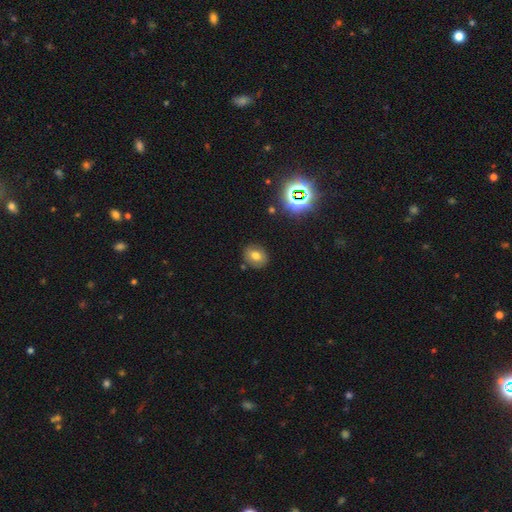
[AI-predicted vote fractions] smooth_or_featured: smooth (p=0.71) [alt: star or artifact p=0.15]
how_rounded: round (p=0.61) [alt: in between p=0.38]
merging: none (p=0.85) [alt: minor disturbance p=0.10]